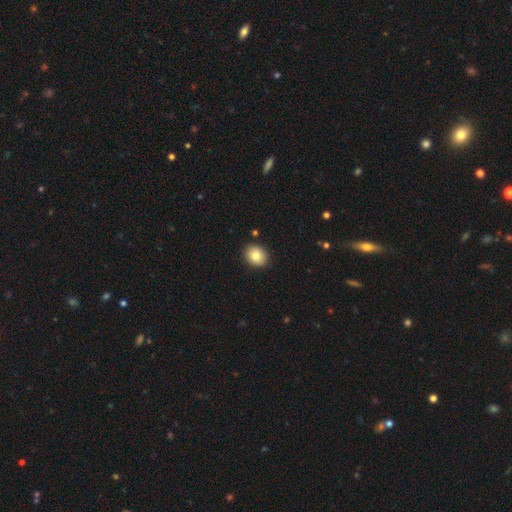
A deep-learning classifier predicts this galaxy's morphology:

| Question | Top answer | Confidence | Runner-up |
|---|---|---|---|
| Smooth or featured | smooth | 82% | featured or disk (9%) |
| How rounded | round | 58% | in between (41%) |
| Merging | none | 90% | minor disturbance (7%) |